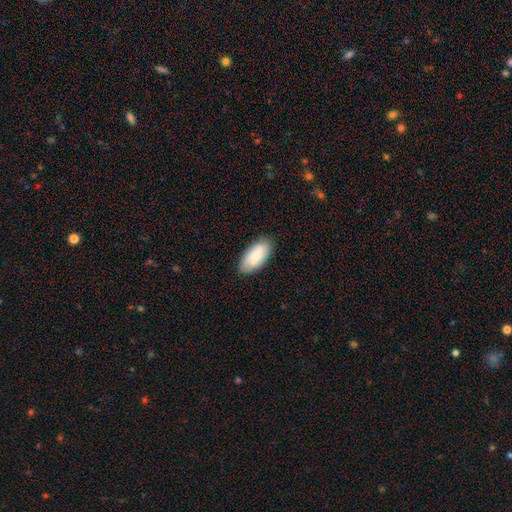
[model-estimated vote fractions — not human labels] Smooth or featured?
  - smooth: 87% *
  - featured or disk: 8%
  - star or artifact: 5%
How rounded?
  - in between: 91% *
  - cigar-shaped: 7%
  - round: 2%
Merging?
  - none: 86% *
  - minor disturbance: 11%
  - major disturbance: 2%
  - merger: 1%